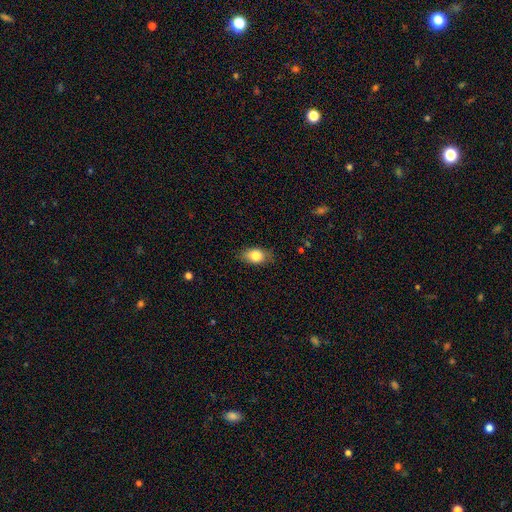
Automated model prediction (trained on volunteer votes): Smooth or featured? smooth (83%)
How rounded? in between (85%)
Merging? none (77%)